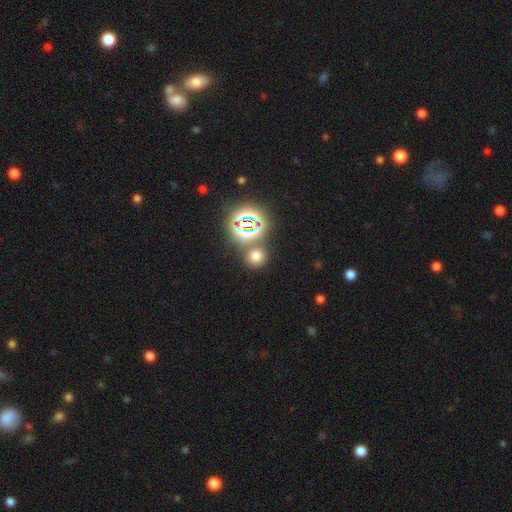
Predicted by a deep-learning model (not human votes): This appears to be a smooth galaxy with no disk features (58%) that is round (88%). Merging: none (77%).